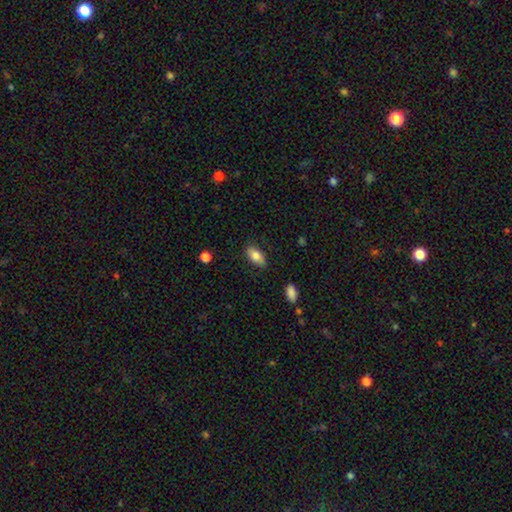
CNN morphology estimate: type=smooth (81%); roundness=in between (91%); merging=none (82%).